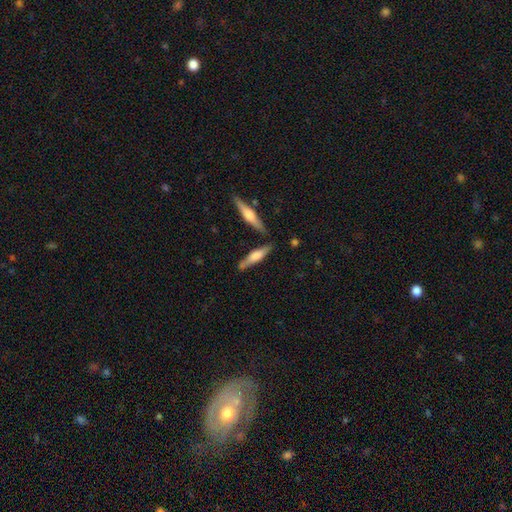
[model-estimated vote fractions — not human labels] Smooth or featured? smooth (48%)
Merging? none (73%)